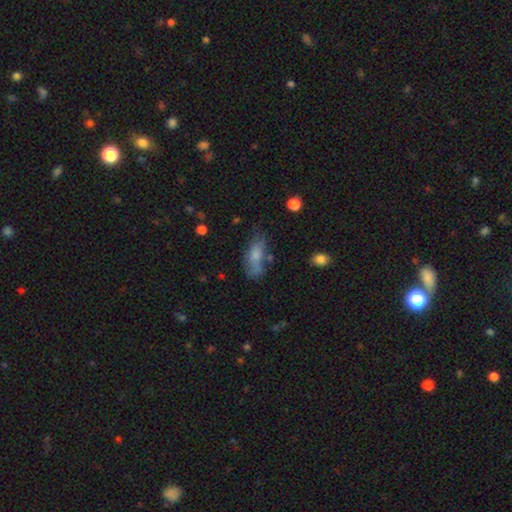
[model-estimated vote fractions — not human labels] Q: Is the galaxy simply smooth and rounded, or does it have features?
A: smooth — 71%.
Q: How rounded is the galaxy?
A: in between — 73%.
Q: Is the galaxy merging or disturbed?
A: none — 48%.